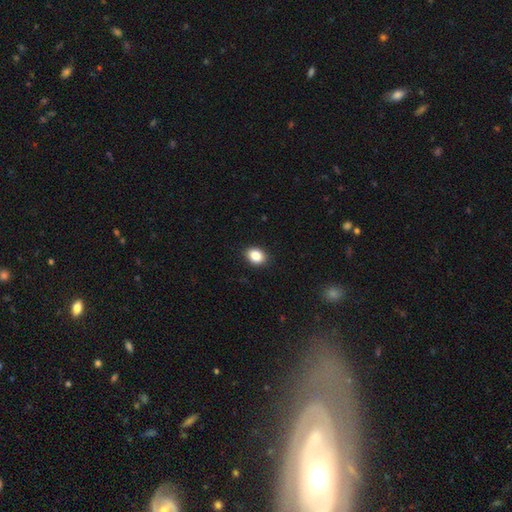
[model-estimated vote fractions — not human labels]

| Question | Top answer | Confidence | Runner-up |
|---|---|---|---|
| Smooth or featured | smooth | 87% | star or artifact (9%) |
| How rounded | in between | 66% | round (33%) |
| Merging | none | 89% | minor disturbance (8%) |